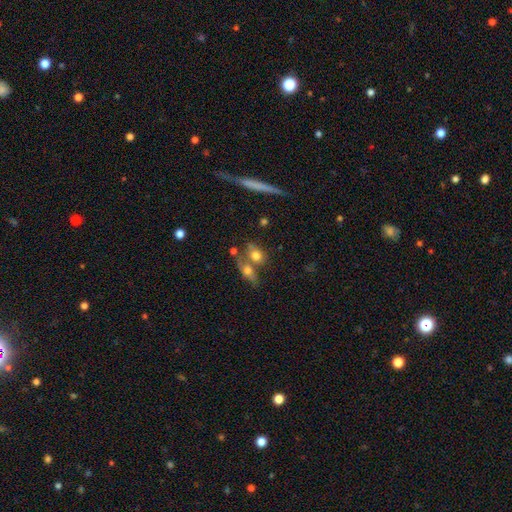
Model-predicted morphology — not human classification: smooth-or-featured: smooth: 69% | featured or disk: 20% | star or artifact: 11%
  how-rounded: round: 52% | in between: 41% | cigar-shaped: 7%
  merging: merger: 49% | none: 34% | minor disturbance: 10% | major disturbance: 7%